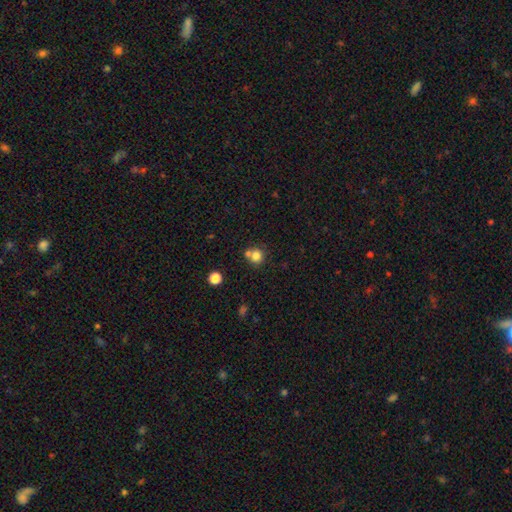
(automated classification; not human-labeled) smooth-or-featured: smooth: 79% | star or artifact: 12% | featured or disk: 9%
  how-rounded: round: 89% | in between: 10% | cigar-shaped: 1%
  merging: none: 58% | merger: 29% | minor disturbance: 9% | major disturbance: 3%